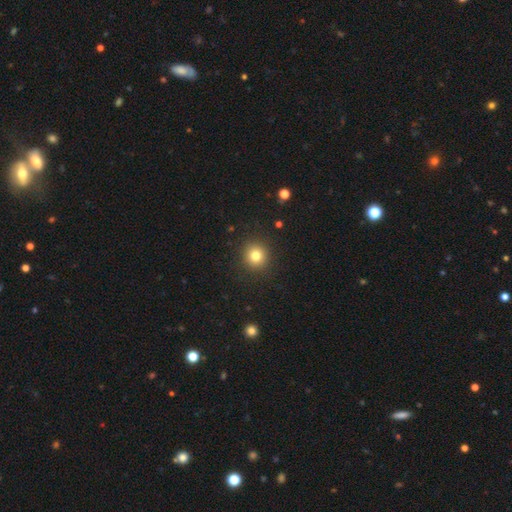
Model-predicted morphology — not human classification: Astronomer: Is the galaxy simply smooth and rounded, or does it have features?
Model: smooth — 81%.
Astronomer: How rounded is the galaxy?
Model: round — 93%.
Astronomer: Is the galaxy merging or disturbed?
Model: none — 92%.